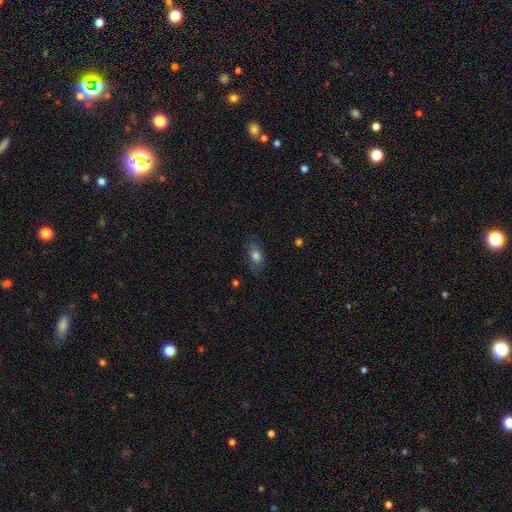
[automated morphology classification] The model was most divided on "smooth or featured": smooth: 71%, featured or disk: 20%, star or artifact: 9%. More confident: how rounded — in between (88%); merging — none (75%).